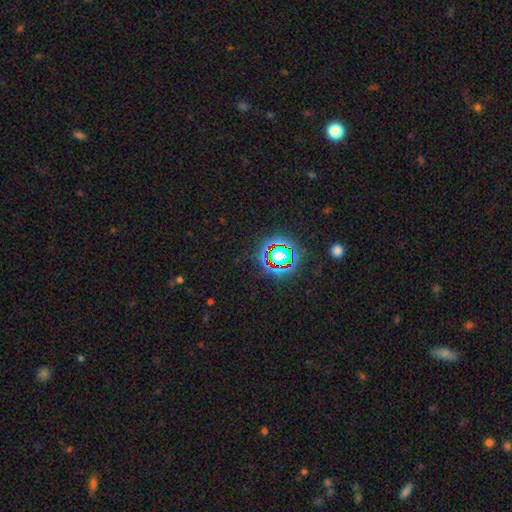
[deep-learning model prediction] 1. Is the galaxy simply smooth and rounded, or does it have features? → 78% star or artifact, 14% smooth, 8% featured or disk.